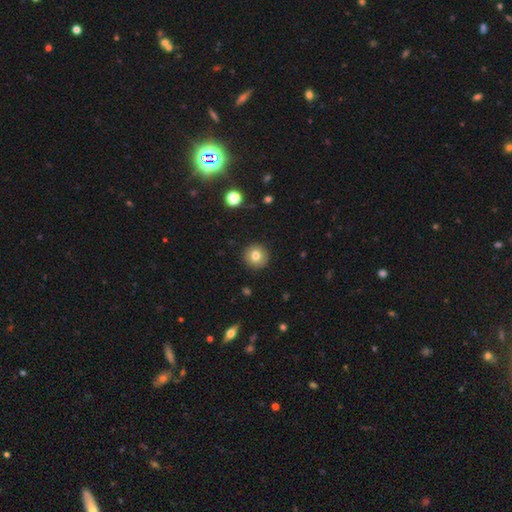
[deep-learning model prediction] Q: Smooth or featured?
A: smooth (79%); runner-up: featured or disk (11%)
Q: How rounded?
A: round (95%); runner-up: in between (4%)
Q: Merging?
A: none (92%); runner-up: minor disturbance (5%)